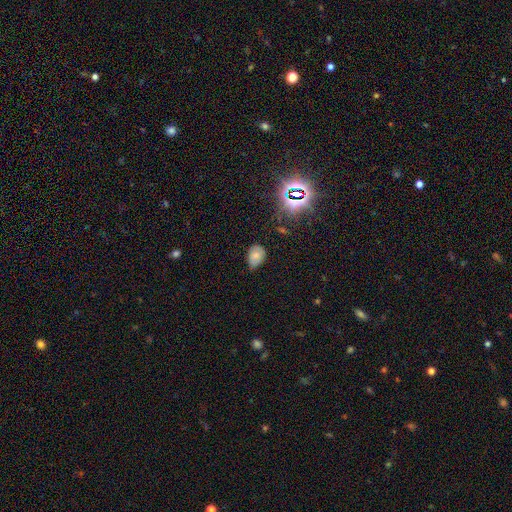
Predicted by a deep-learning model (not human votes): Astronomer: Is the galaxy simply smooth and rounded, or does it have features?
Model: smooth — 69%.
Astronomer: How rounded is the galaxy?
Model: in between — 74%.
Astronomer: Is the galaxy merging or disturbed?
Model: none — 49% (runner-up: minor disturbance, 41%).